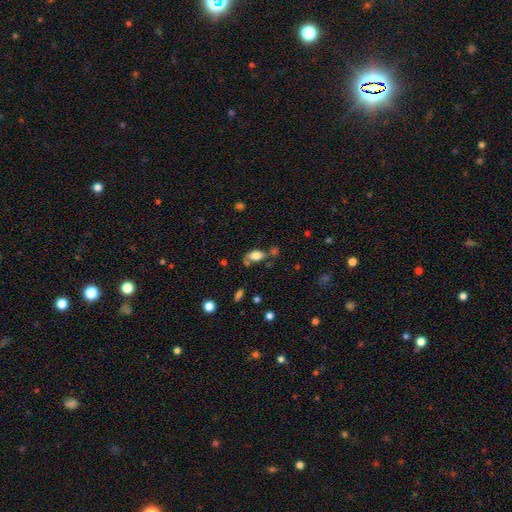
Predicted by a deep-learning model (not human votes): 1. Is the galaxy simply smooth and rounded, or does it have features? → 71% smooth, 19% featured or disk, 9% star or artifact.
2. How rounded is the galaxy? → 89% in between, 7% round, 4% cigar-shaped.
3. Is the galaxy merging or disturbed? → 49% none, 24% minor disturbance, 14% merger, 13% major disturbance.